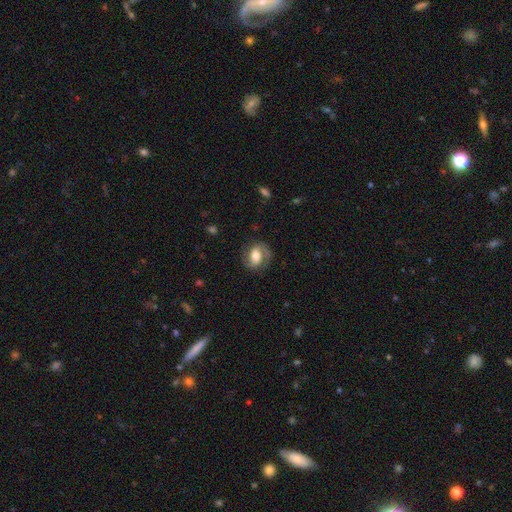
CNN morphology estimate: This appears to be a featured or disk galaxy (66%) with a weak bar (41%), 2 (81%) medium (49%) spiral arms (89%) and a moderate central bulge (59%). Merging: none (75%).